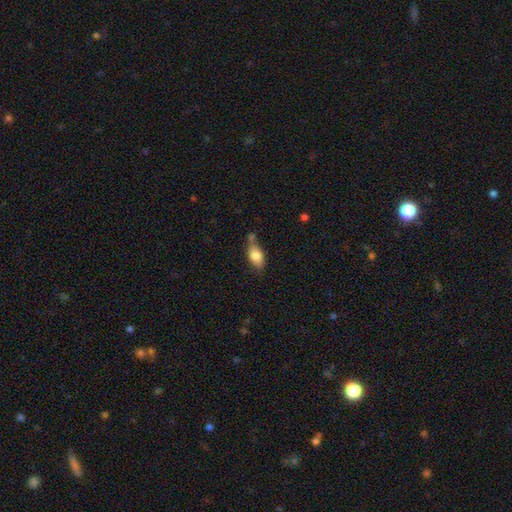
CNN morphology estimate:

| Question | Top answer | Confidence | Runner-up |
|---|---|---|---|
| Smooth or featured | smooth | 77% | featured or disk (16%) |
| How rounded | in between | 86% | cigar-shaped (7%) |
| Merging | none | 47% | minor disturbance (27%) |